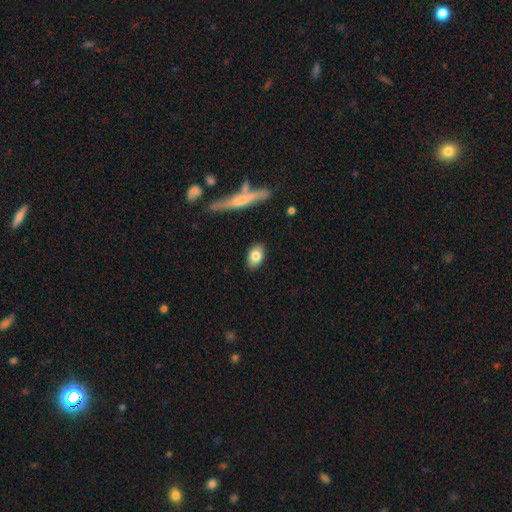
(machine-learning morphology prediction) This appears to be a smooth galaxy with no disk features (81%) that is in between round and cigar-shaped (86%). Merging: none (87%).